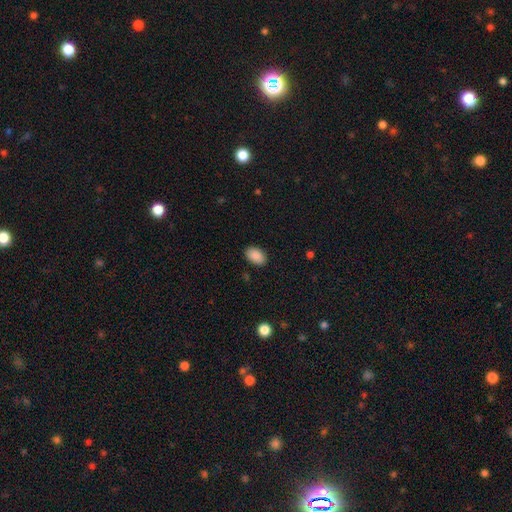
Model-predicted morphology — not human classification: Smooth or featured? smooth (89%)
How rounded? in between (90%)
Merging? none (88%)